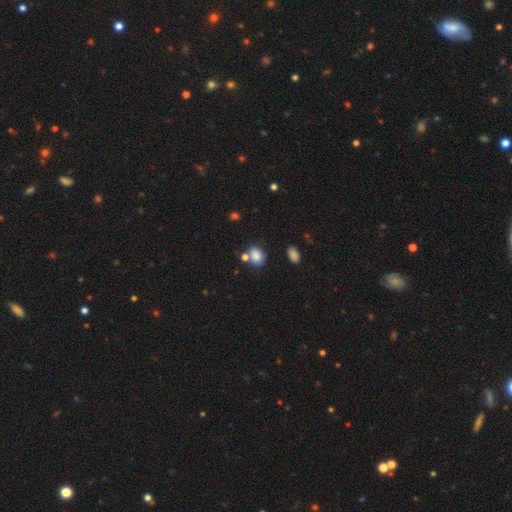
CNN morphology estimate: Smooth or featured? Predicted: smooth (p=0.82). How rounded? Predicted: in between (p=0.61). Merging? Predicted: none (p=0.58).